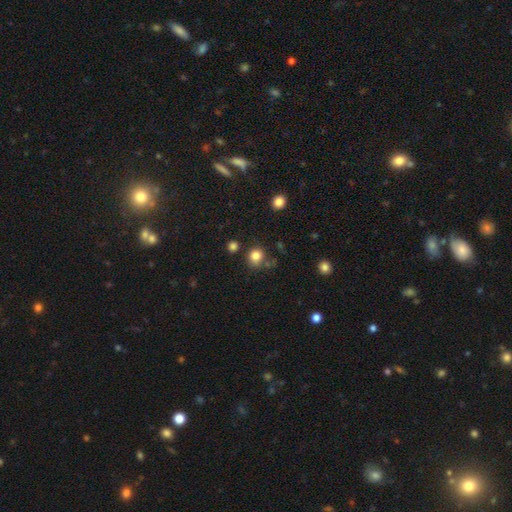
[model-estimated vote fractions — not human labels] Smooth or featured: smooth — 82% (star or artifact — 13%)
How rounded: round — 83% (in between — 16%)
Merging: none — 76% (minor disturbance — 12%)